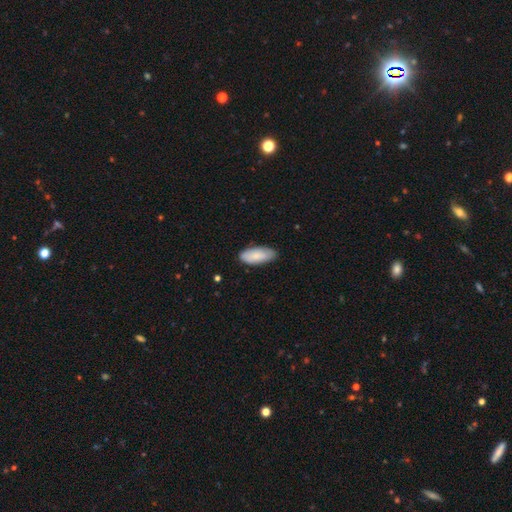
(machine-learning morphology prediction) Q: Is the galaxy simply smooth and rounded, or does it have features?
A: smooth — 82%.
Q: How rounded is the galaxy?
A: in between — 86%.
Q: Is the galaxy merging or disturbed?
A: none — 83%.